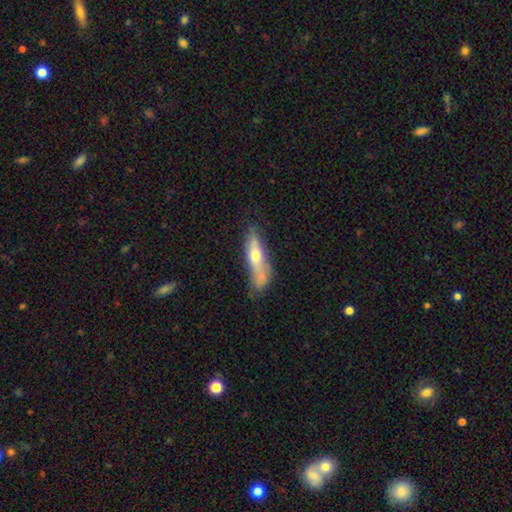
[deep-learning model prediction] Overall: smooth (53%; featured or disk 41%). How rounded: cigar-shaped (62%; in between 35%). Merging: none (48%; minor disturbance 25%).